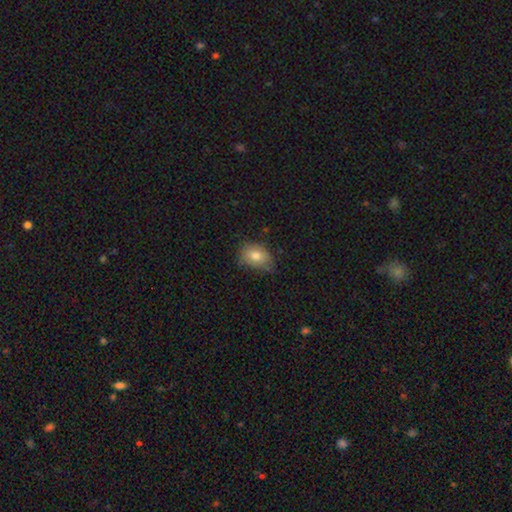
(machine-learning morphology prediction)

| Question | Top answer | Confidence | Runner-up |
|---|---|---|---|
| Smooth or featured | smooth | 79% | featured or disk (13%) |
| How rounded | in between | 74% | round (24%) |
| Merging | none | 60% | minor disturbance (32%) |